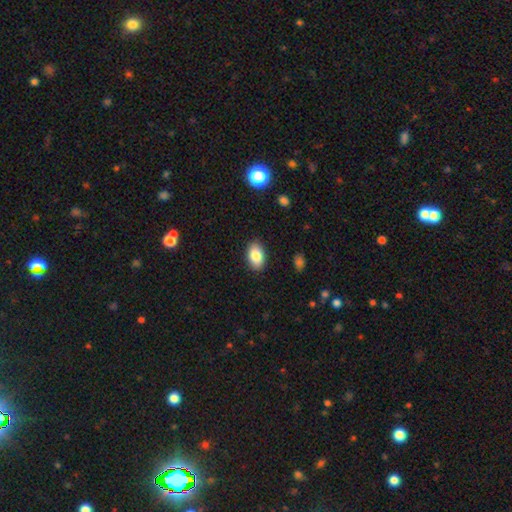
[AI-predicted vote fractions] Morphology: type=smooth (86%); roundness=in between (92%); merging=none (88%).